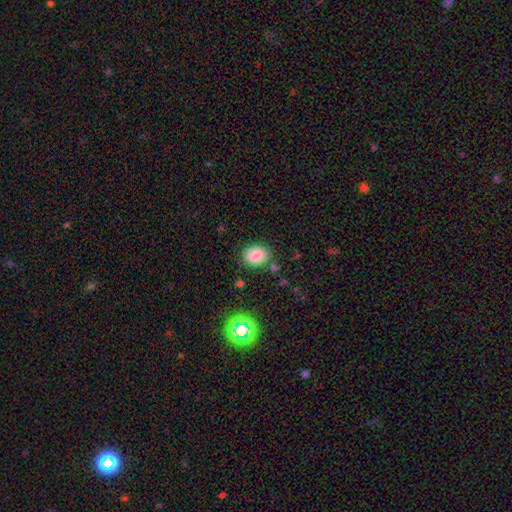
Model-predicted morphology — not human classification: Smooth or featured? Predicted: smooth (p=0.82). How rounded? Predicted: in between (p=0.65). Merging? Predicted: none (p=0.79).